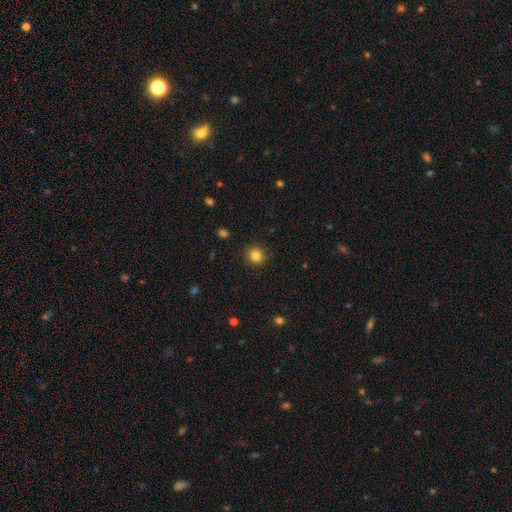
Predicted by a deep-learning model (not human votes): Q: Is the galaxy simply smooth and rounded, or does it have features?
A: smooth — 84%.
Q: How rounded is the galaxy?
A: round — 89%.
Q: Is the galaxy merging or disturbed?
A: none — 90%.